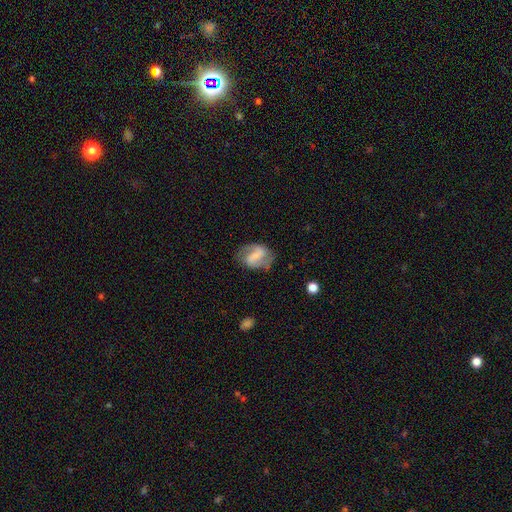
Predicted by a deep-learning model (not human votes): A featured or disk galaxy (63%) with a strong bar (47%), spiral arms (81%) and a small central bulge (41%).

Vote fractions:
- Smooth or featured? featured or disk: 63% / smooth: 30% / star or artifact: 7%
- Edge-on disk? no: 97% / yes: 3%
- Bar? strong: 47% / weak: 37% / no: 16%
- Spiral arms? yes: 81% / no: 19%
- Bulge size? small: 41% / none: 30% / moderate: 22% / large: 5% / dominant: 2%
- Merging? none: 66% / minor disturbance: 22% / major disturbance: 11% / merger: 2%